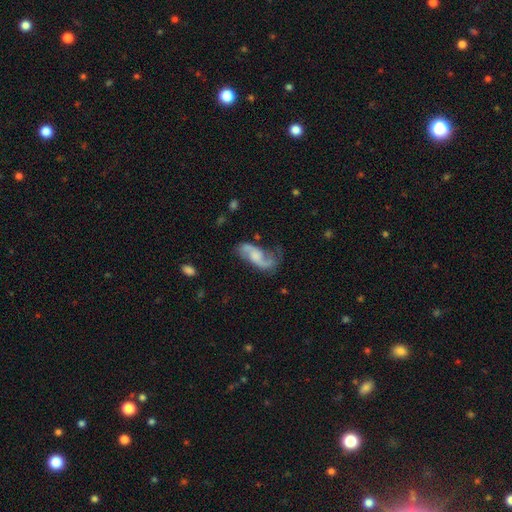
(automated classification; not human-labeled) The model was most divided on "bulge size": moderate: 30%, none: 29%, small: 25%, large: 14%, dominant: 2%. More confident: edge-on disk — no (95%); spiral arms — yes (95%); spiral arm count — 2 (89%); smooth or featured — featured or disk (80%); spiral winding — loose (64%); merging — none (62%); bar — no (54%).